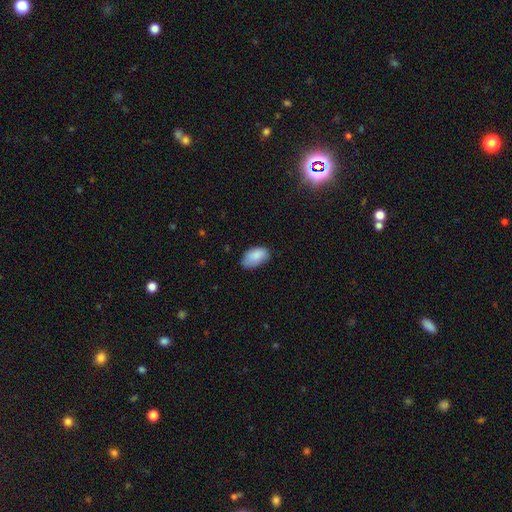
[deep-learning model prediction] A smooth galaxy with no disk features (87%) that is in between round and cigar-shaped (94%).

Vote fractions:
- Smooth or featured? smooth: 87% / star or artifact: 7% / featured or disk: 6%
- How rounded? in between: 94% / round: 4% / cigar-shaped: 2%
- Merging? none: 70% / minor disturbance: 25% / major disturbance: 4% / merger: 1%